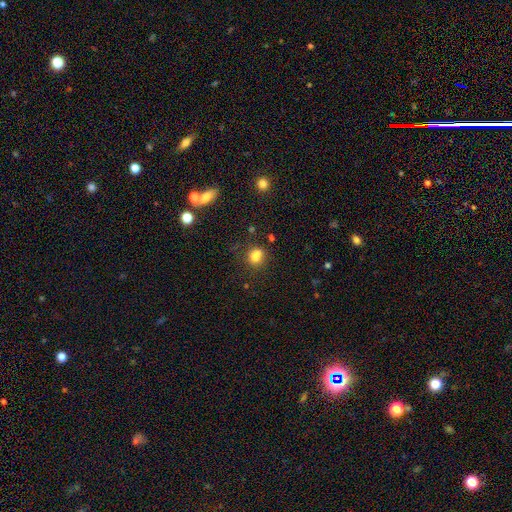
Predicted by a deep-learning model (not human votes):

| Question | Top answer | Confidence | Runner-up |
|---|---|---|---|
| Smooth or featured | smooth | 78% | star or artifact (14%) |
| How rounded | round | 53% | in between (46%) |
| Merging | none | 60% | minor disturbance (17%) |